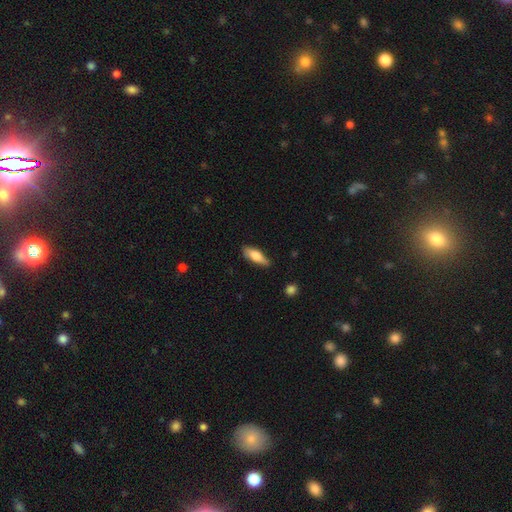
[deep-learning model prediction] A smooth galaxy with no disk features (70%) that is in between round and cigar-shaped (59%).

Vote fractions:
- Smooth or featured? smooth: 70% / featured or disk: 24% / star or artifact: 6%
- How rounded? in between: 59% / cigar-shaped: 39% / round: 2%
- Merging? none: 73% / minor disturbance: 21% / major disturbance: 4% / merger: 2%